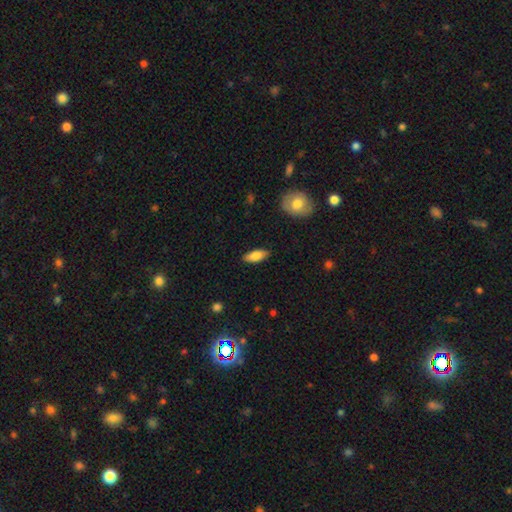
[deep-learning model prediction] Smooth or featured? smooth (81%)
How rounded? in between (79%)
Merging? none (87%)